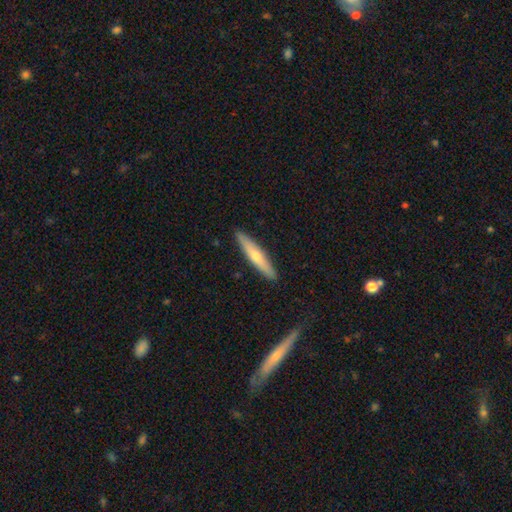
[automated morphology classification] Q: Smooth or featured?
A: smooth (51%); runner-up: featured or disk (43%)
Q: How rounded?
A: cigar-shaped (90%); runner-up: in between (9%)
Q: Merging?
A: none (90%); runner-up: minor disturbance (7%)